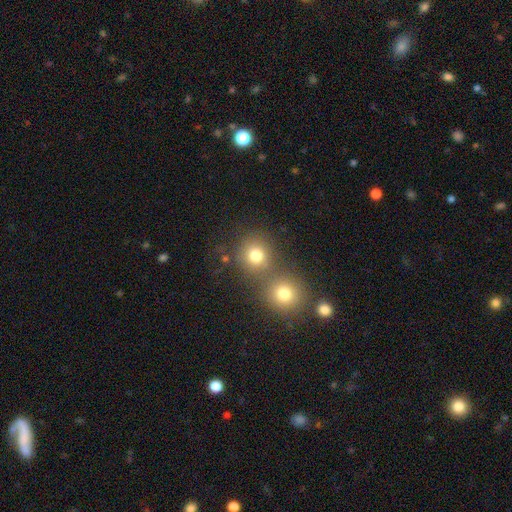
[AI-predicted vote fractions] Overall: smooth (78%). How rounded: round (87%). Merging: none (51%; merger 38%).